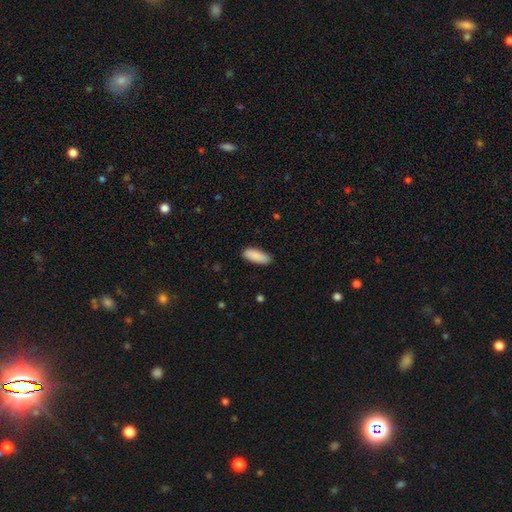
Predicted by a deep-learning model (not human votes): Smooth or featured: smooth — 90% (star or artifact — 6%)
How rounded: in between — 73% (cigar-shaped — 25%)
Merging: none — 87% (minor disturbance — 10%)